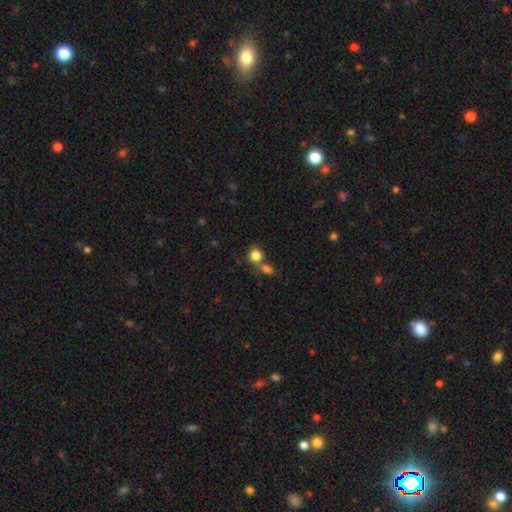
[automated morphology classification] Smooth or featured? Predicted: smooth (p=0.83). How rounded? Predicted: round (p=0.76). Merging? Predicted: none (p=0.46).